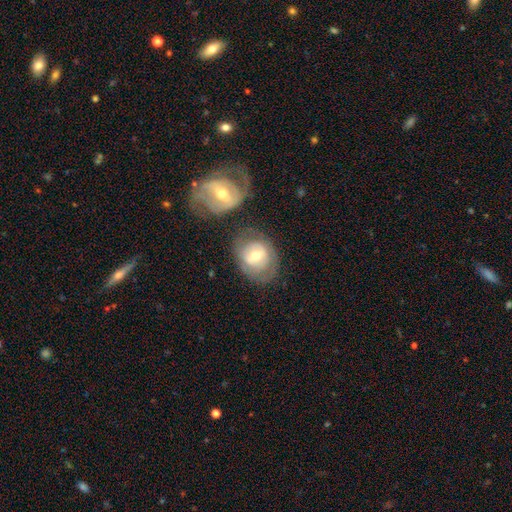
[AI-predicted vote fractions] Overall: featured or disk (54%; smooth 39%). Edge-on disk: no (95%). Bar: weak (42%; no 39%). Spiral arms: yes (57%; no 43%). Bulge size: moderate (67%). Merging: none (56%; minor disturbance 20%).